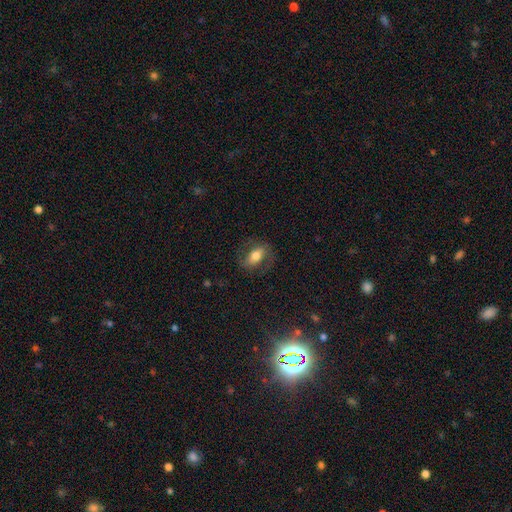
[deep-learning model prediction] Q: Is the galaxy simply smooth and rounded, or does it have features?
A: smooth — 51%.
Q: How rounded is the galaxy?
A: in between — 84%.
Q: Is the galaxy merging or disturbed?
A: none — 74%.